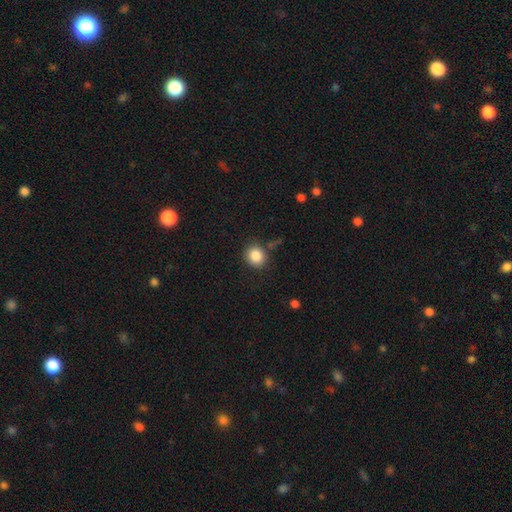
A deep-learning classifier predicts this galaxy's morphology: smooth 86%, star or artifact 9%, featured or disk 5%. Down the decision tree: how rounded — round (82%); merging — none (83%).